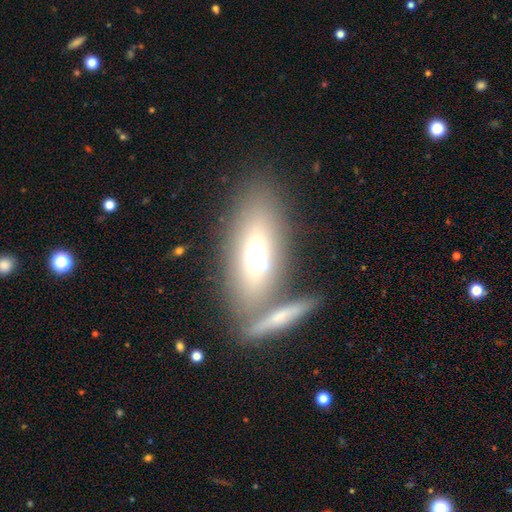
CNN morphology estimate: Q: Smooth or featured?
A: smooth (56%); runner-up: featured or disk (35%)
Q: How rounded?
A: in between (70%); runner-up: cigar-shaped (26%)
Q: Merging?
A: none (56%); runner-up: merger (28%)